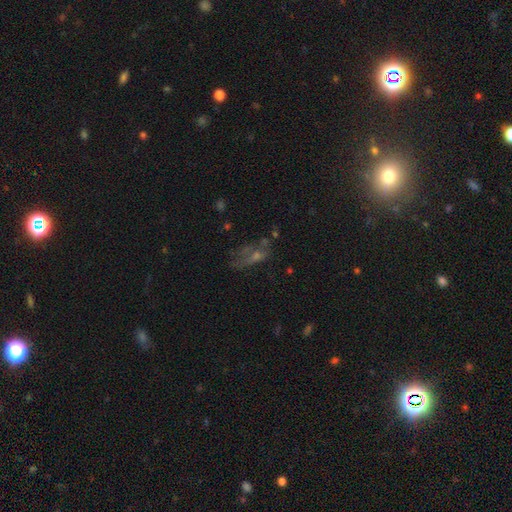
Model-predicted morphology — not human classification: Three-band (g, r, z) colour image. It shows a featured or disk galaxy (39%). Merging: none (42%).